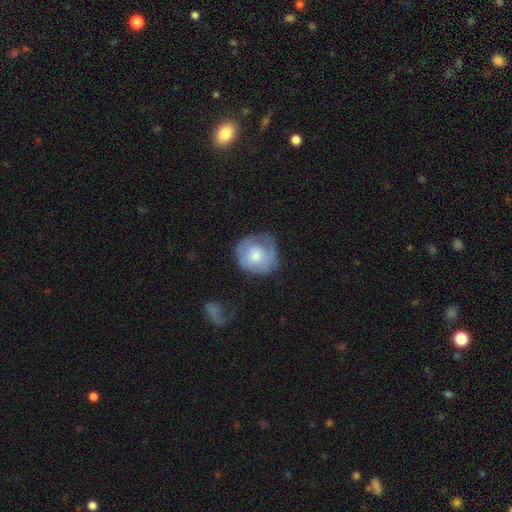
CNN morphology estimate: A smooth galaxy with no disk features (55%) that is round (82%). Merging: none (57%).